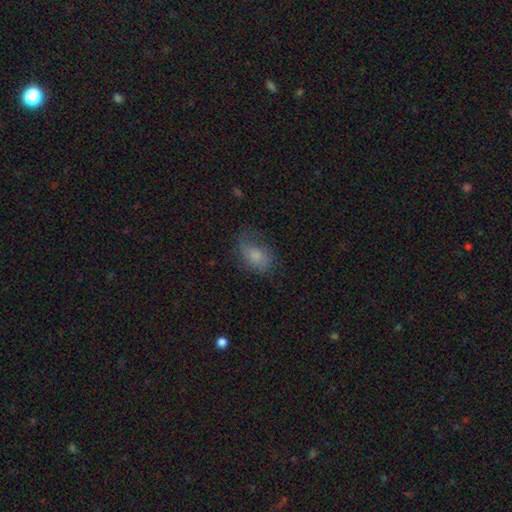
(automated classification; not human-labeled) The model was most divided on "merging": none: 48%, minor disturbance: 28%, major disturbance: 22%, merger: 2%. More confident: how rounded — in between (79%); smooth or featured — smooth (63%).